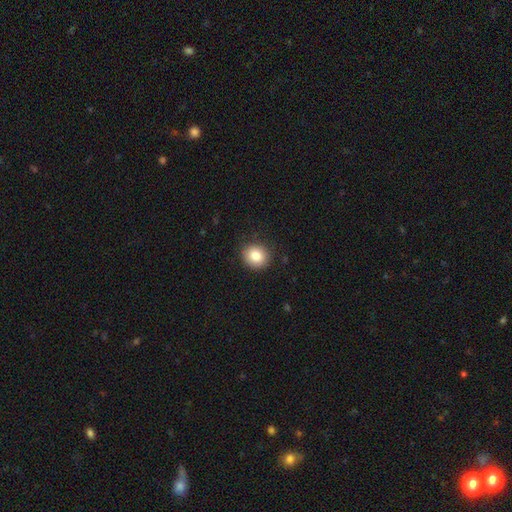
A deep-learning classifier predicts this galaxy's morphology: Smooth or featured: smooth — 84% (star or artifact — 9%)
How rounded: round — 83% (in between — 16%)
Merging: none — 88% (minor disturbance — 9%)